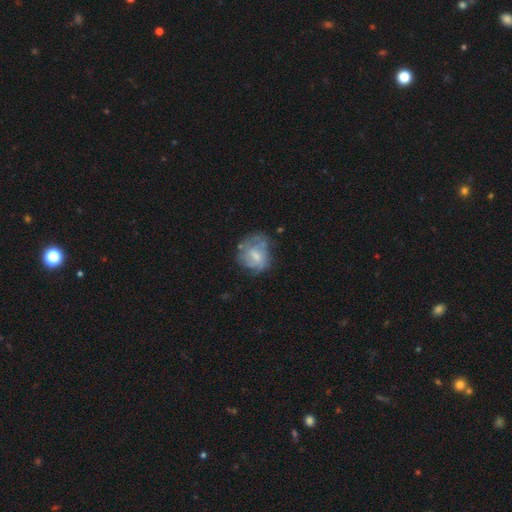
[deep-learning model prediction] A featured or disk galaxy (54%) with no bar (56%), spiral arms (54%) and a small central bulge (40%).

Vote fractions:
- Smooth or featured? featured or disk: 54% / smooth: 38% / star or artifact: 8%
- Edge-on disk? no: 98% / yes: 2%
- Bar? no: 56% / weak: 38% / strong: 6%
- Spiral arms? yes: 54% / no: 46%
- Bulge size? small: 40% / moderate: 39% / none: 15% / large: 4% / dominant: 1%
- Merging? none: 51% / minor disturbance: 26% / major disturbance: 20% / merger: 3%